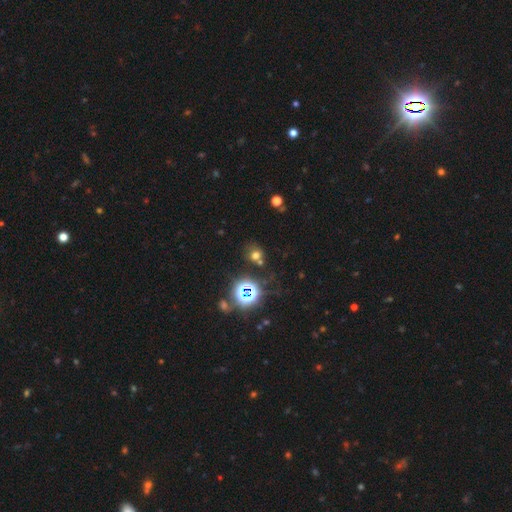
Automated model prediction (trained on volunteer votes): A smooth galaxy with no disk features (56%) that is round (78%).

Vote fractions:
- Smooth or featured? smooth: 56% / star or artifact: 35% / featured or disk: 9%
- How rounded? round: 78% / in between: 21% / cigar-shaped: 1%
- Merging? none: 65% / merger: 17% / minor disturbance: 13% / major disturbance: 6%